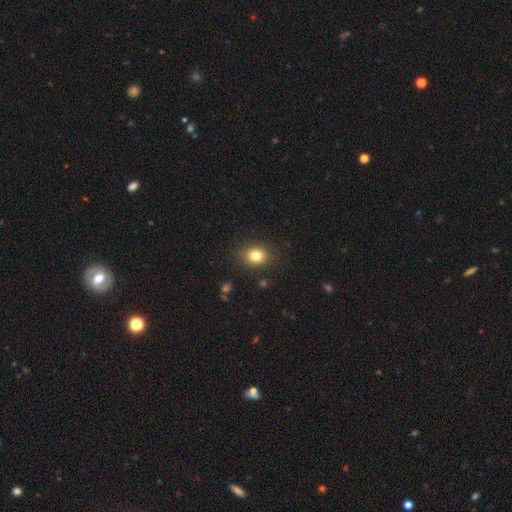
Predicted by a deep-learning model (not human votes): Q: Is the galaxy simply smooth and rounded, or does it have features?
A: smooth — 81%.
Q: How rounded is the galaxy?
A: round — 60%.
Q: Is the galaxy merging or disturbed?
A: none — 85%.